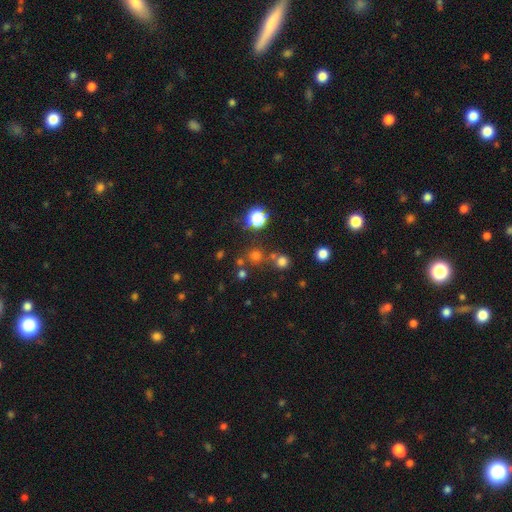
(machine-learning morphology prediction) This appears to be a smooth galaxy with no disk features (63%) that is round (92%). Merging: none (71%).